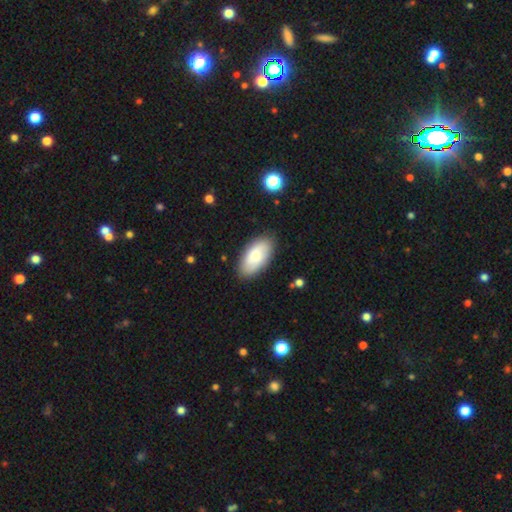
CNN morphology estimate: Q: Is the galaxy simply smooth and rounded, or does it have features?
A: smooth — 72%.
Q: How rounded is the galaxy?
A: in between — 94%.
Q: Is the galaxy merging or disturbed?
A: none — 84%.